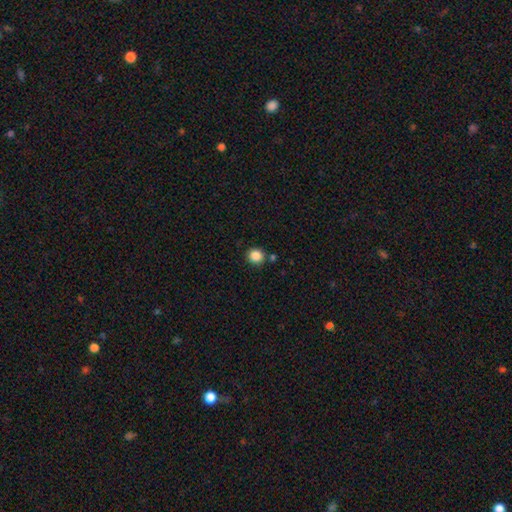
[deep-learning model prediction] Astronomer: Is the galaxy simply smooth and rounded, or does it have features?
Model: smooth — 86%.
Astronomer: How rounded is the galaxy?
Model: round — 89%.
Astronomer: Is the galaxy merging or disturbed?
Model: none — 84%.